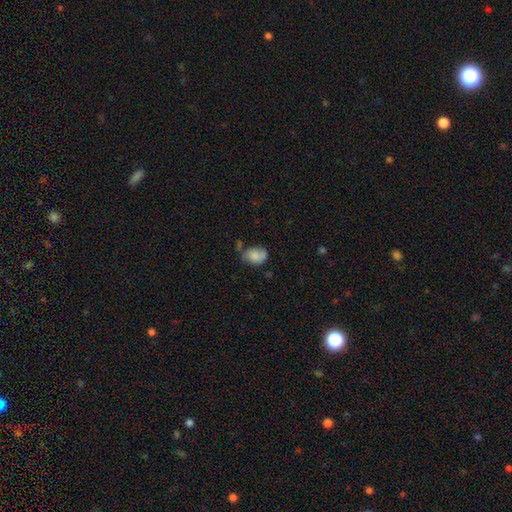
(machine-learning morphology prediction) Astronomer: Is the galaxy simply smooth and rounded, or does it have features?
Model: smooth — 72%.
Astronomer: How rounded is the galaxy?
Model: in between — 71%.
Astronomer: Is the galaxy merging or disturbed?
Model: none — 50% (runner-up: minor disturbance, 30%).